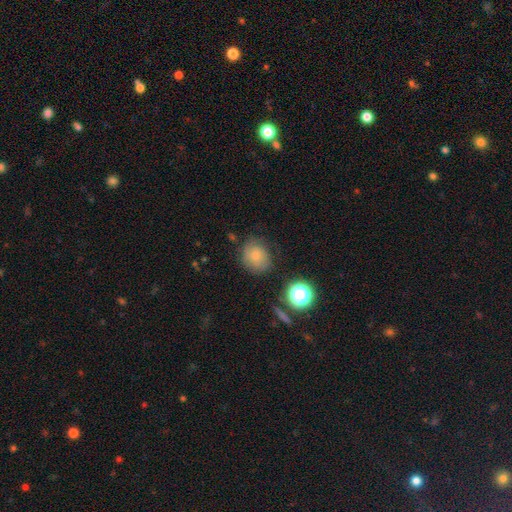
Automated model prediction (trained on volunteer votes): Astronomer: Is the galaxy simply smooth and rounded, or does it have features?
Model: smooth — 72%.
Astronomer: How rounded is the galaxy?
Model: round — 71%.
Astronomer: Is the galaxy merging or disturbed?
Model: none — 69%.